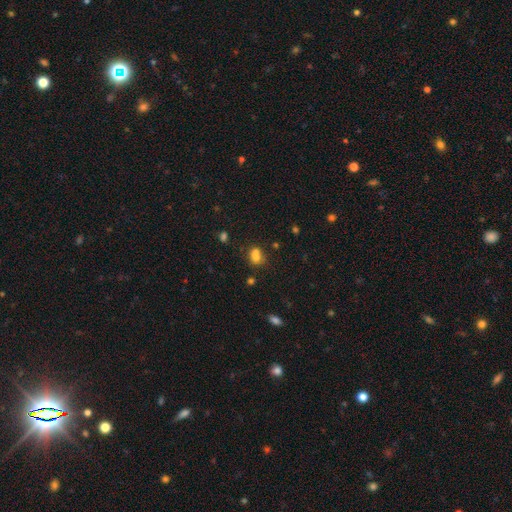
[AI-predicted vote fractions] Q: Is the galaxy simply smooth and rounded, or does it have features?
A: smooth — 70%.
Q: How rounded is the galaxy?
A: round — 64%.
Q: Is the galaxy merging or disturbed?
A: merger — 54%.